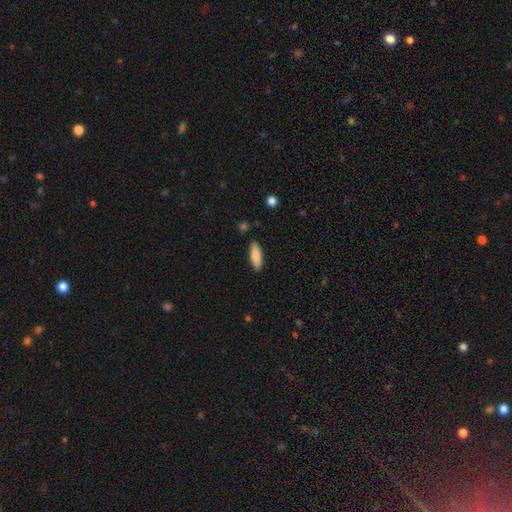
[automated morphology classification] smooth-or-featured: smooth: 84% | featured or disk: 10% | star or artifact: 6%
  how-rounded: in between: 57% | cigar-shaped: 41% | round: 2%
  merging: none: 88% | minor disturbance: 9% | major disturbance: 2% | merger: 2%